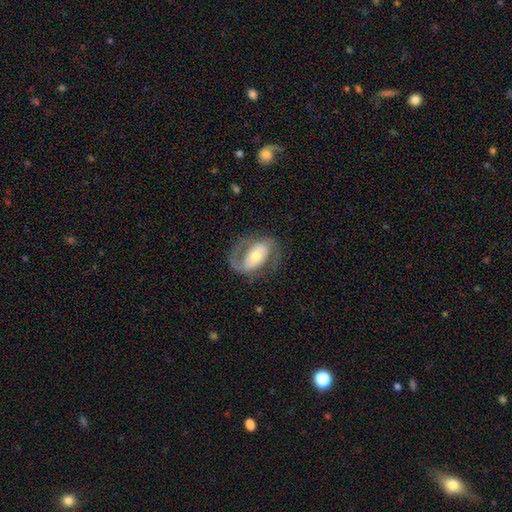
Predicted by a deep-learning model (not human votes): featured or disk 80%, smooth 15%, star or artifact 5%. Down the decision tree: edge-on disk — no (96%); bar — no (38%); spiral arms — yes (90%); spiral arm count — 2 (83%); spiral winding — medium (50%); bulge size — moderate (55%); merging — none (71%).